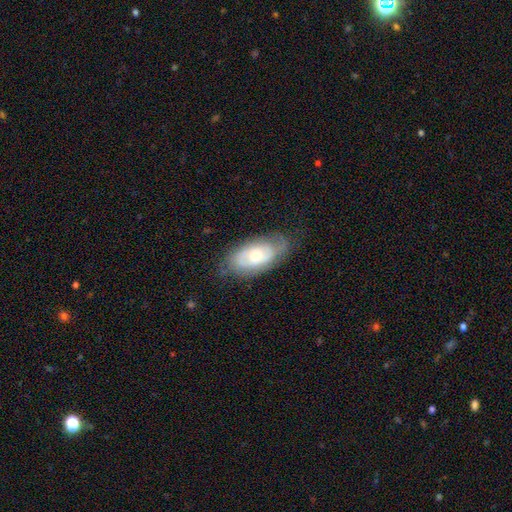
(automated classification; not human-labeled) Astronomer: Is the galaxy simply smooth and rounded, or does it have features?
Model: featured or disk — 56% (runner-up: smooth, 38%).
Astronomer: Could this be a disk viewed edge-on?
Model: no — 91%.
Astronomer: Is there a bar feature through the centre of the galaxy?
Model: no — 74%.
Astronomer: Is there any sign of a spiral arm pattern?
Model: yes — 69%.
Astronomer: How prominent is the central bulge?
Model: moderate — 62%.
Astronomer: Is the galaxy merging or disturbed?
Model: none — 67%.